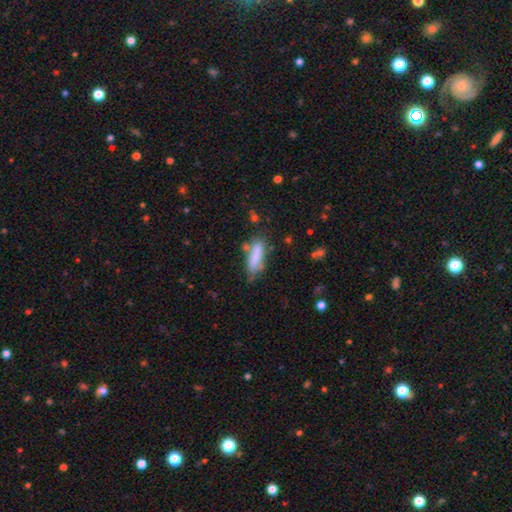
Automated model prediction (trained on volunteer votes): A smooth galaxy with no disk features (80%) that is in between round and cigar-shaped (49%, tied with cigar-shaped). Merging: none (55%).